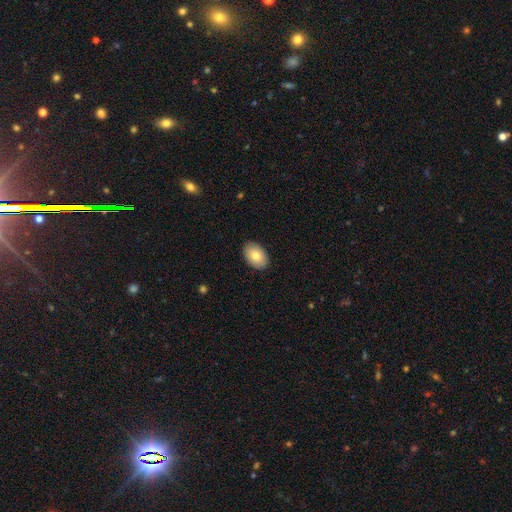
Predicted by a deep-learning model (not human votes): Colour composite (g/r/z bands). It shows a smooth galaxy with no disk features (81%) that is in between round and cigar-shaped (90%). Merging: none (89%).